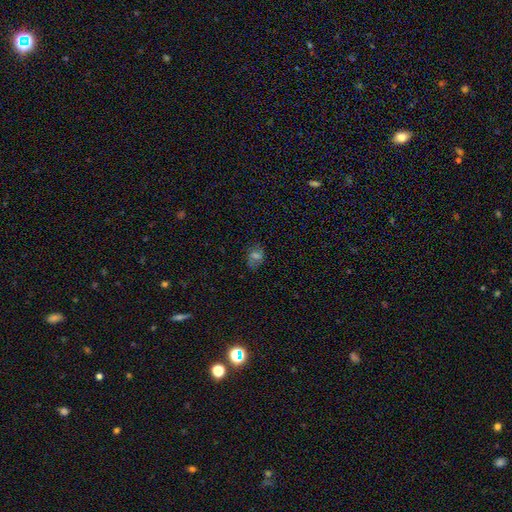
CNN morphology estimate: Smooth or featured? smooth (47%)
Merging? none (74%)